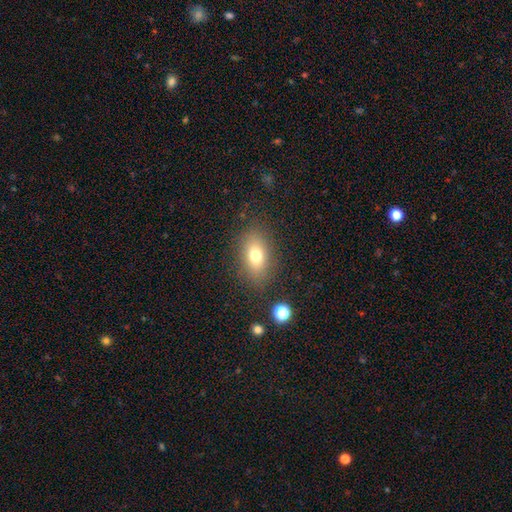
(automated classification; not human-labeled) Q: Smooth or featured?
A: smooth (74%); runner-up: featured or disk (14%)
Q: How rounded?
A: in between (81%); runner-up: round (16%)
Q: Merging?
A: none (83%); runner-up: minor disturbance (11%)